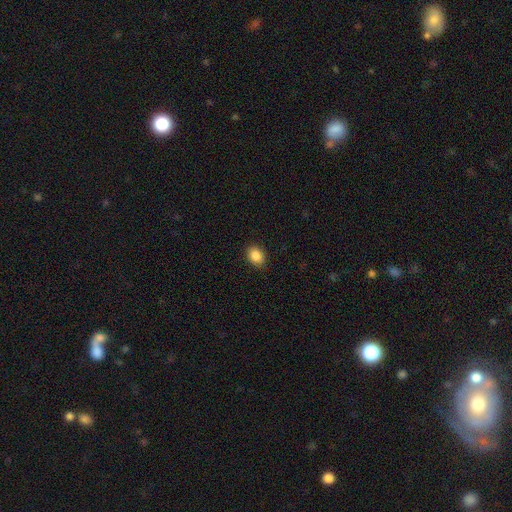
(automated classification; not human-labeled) Q: Smooth or featured?
A: smooth (88%); runner-up: star or artifact (9%)
Q: How rounded?
A: in between (65%); runner-up: round (34%)
Q: Merging?
A: none (87%); runner-up: minor disturbance (10%)